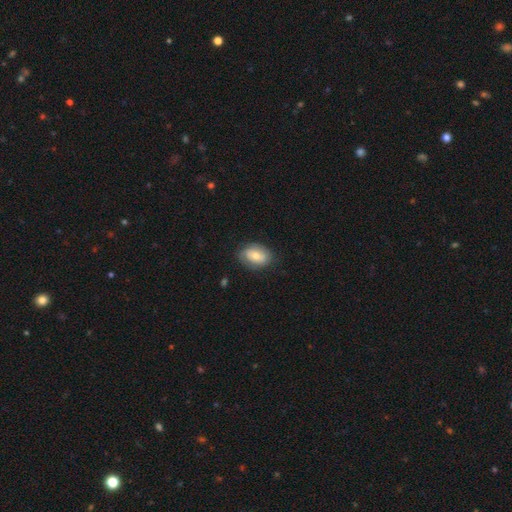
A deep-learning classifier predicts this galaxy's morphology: Overall: smooth (59%; featured or disk 34%). How rounded: in between (78%). Merging: none (75%).